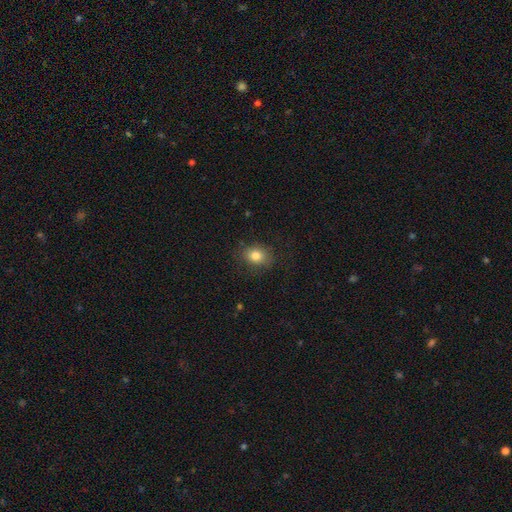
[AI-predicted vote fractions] A smooth galaxy with no disk features (82%) that is round (50%).

Vote fractions:
- Smooth or featured? smooth: 82% / star or artifact: 10% / featured or disk: 7%
- How rounded? round: 50% / in between: 49% / cigar-shaped: 1%
- Merging? none: 81% / minor disturbance: 14% / major disturbance: 4% / merger: 1%